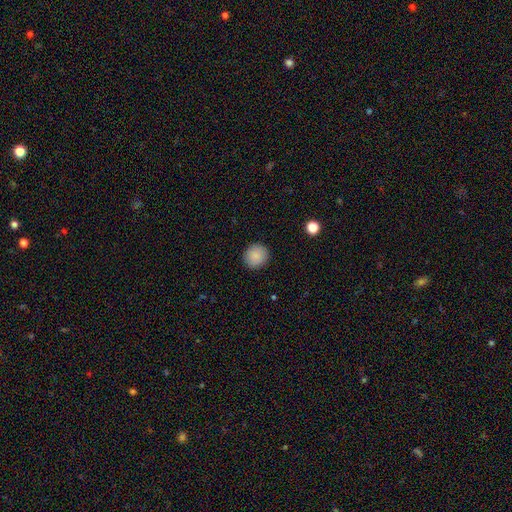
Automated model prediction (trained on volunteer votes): Smooth or featured? smooth (87%)
How rounded? round (89%)
Merging? none (91%)